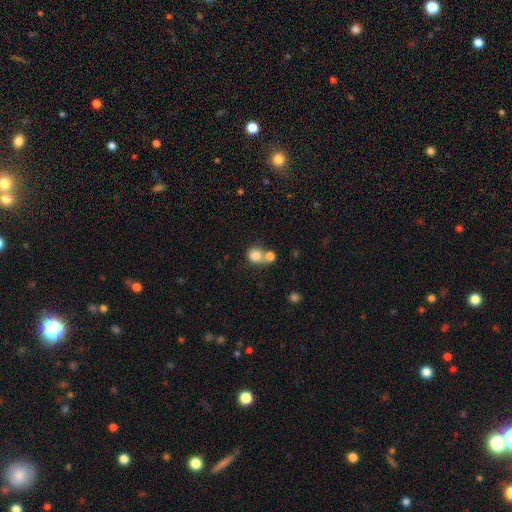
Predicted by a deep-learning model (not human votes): This is clearly a smooth galaxy (81%). How rounded: likely round (79%). Merging: possibly merger (52%).